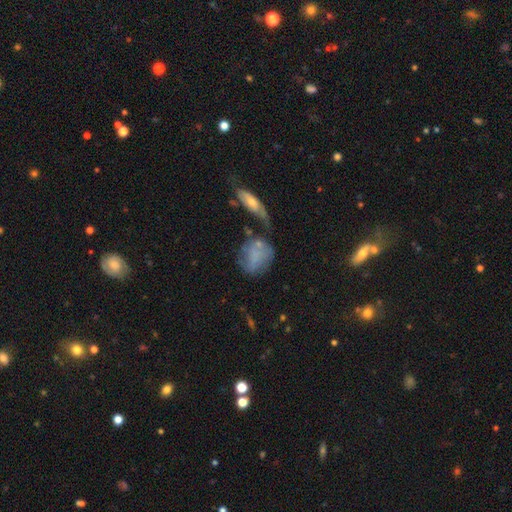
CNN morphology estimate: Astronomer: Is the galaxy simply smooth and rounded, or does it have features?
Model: smooth — 57% (runner-up: featured or disk, 33%).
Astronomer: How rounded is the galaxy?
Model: round — 52% (runner-up: in between, 45%).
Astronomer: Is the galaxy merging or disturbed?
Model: none — 38% (runner-up: minor disturbance, 24%).